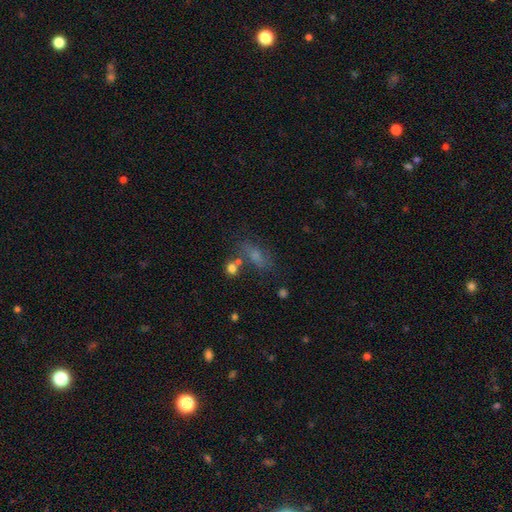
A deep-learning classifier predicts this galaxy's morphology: Smooth or featured? smooth (59%)
How rounded? in between (69%)
Merging? none (60%)